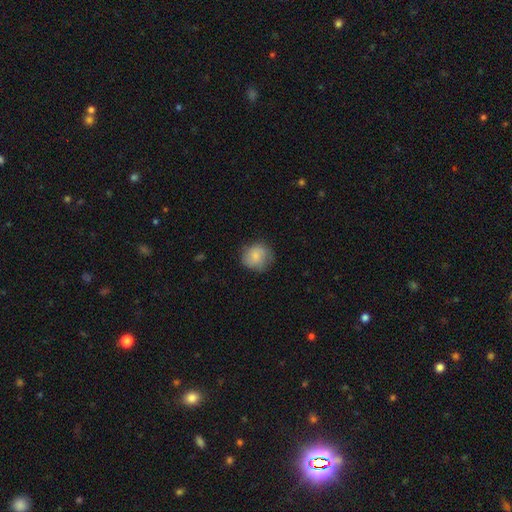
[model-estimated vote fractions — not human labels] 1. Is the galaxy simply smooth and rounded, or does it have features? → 81% smooth, 11% featured or disk, 7% star or artifact.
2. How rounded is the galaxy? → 83% round, 16% in between, 1% cigar-shaped.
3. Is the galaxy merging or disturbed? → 71% none, 22% minor disturbance, 6% major disturbance, 1% merger.